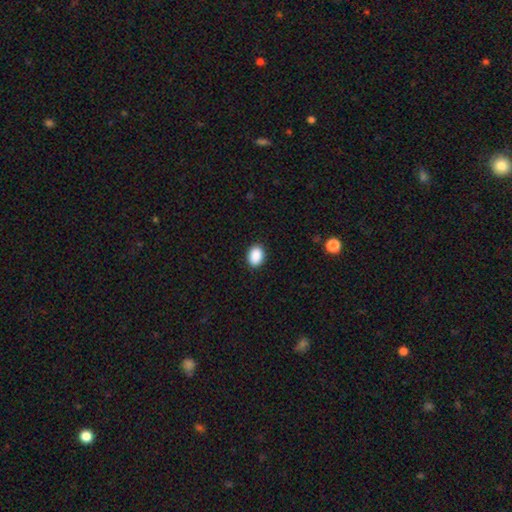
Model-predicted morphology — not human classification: Smooth or featured: smooth — 90% (star or artifact — 8%)
How rounded: in between — 68% (round — 31%)
Merging: none — 90% (minor disturbance — 8%)